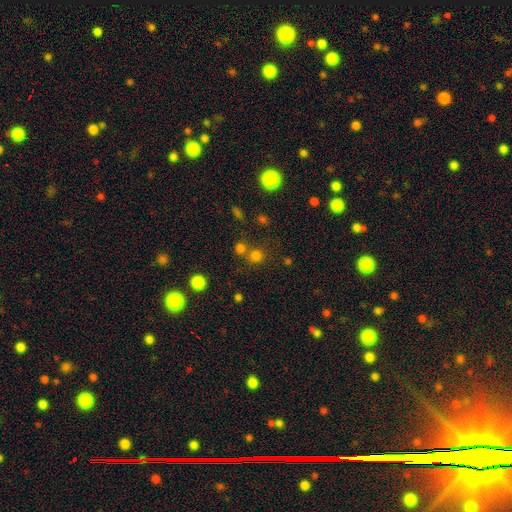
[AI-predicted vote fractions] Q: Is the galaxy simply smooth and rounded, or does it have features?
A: smooth — 73%.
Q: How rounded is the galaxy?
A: round — 89%.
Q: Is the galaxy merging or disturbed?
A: none — 61%.